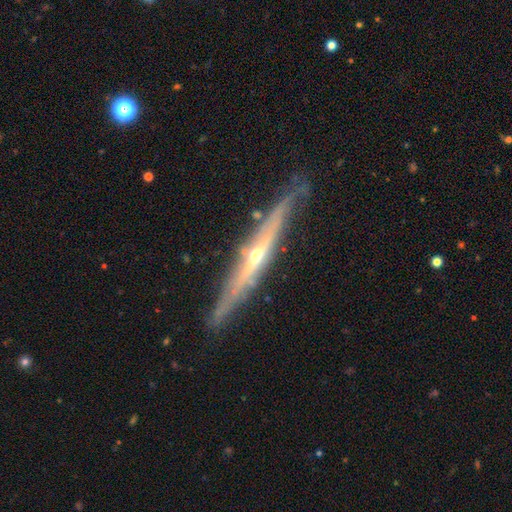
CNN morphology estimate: A featured or disk galaxy (81%) viewed edge-on (93%) with a rounded central bulge (70%). Merging: none (78%).